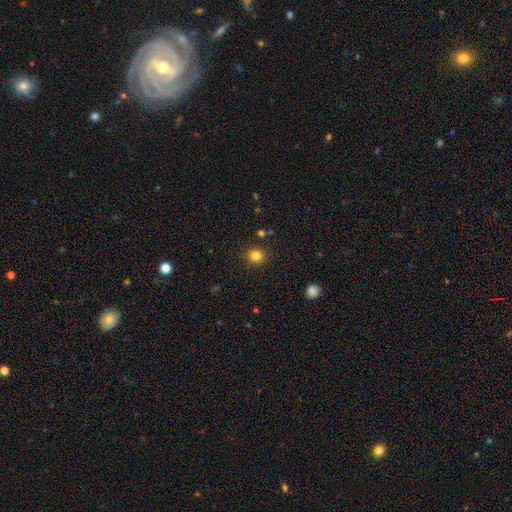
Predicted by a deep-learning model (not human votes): Smooth or featured? Predicted: smooth (p=0.83). How rounded? Predicted: round (p=0.88). Merging? Predicted: none (p=0.89).